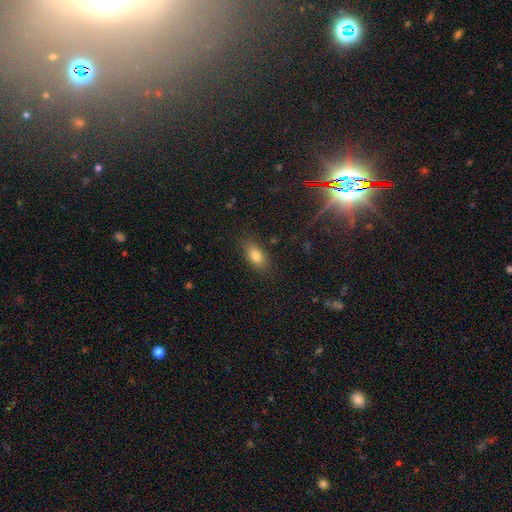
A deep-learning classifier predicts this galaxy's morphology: This appears to be a smooth galaxy with no disk features (80%) that is in between round and cigar-shaped (86%). Merging: none (84%).